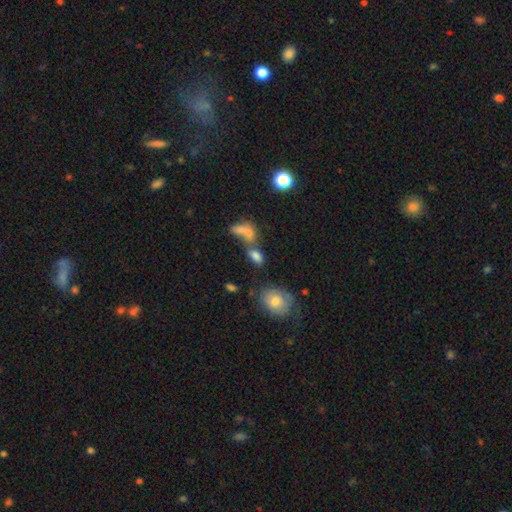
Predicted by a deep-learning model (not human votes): The model was most divided on "merging": merger: 48%, none: 35%, minor disturbance: 10%, major disturbance: 7%. More confident: how rounded — in between (84%); smooth or featured — smooth (74%).